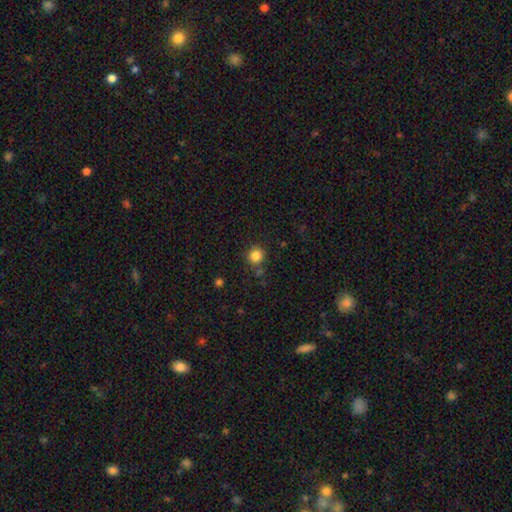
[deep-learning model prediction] smooth 84%, star or artifact 12%, featured or disk 4%. Down the decision tree: how rounded — round (93%); merging — none (81%).